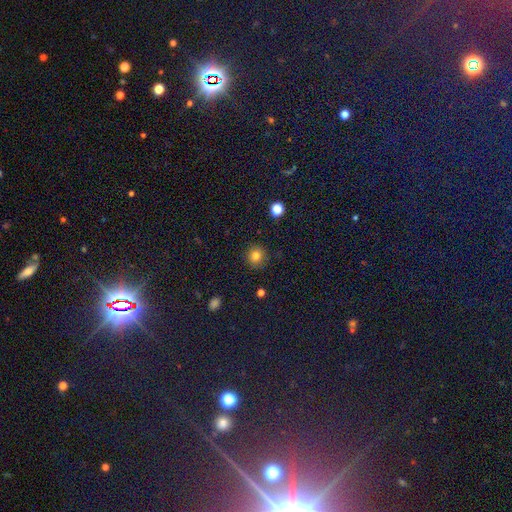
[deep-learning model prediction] The model was most divided on "smooth or featured": smooth: 81%, star or artifact: 13%, featured or disk: 6%. More confident: how rounded — round (92%); merging — none (90%).